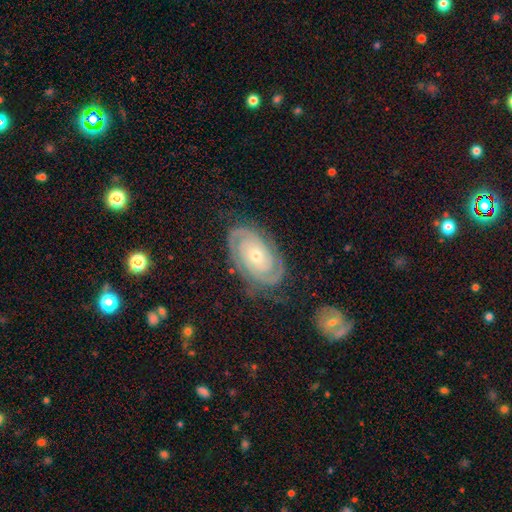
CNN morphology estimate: type=featured or disk (90%); edge-on=no (97%); bar=no (77%); spiral arms=yes (98%); winding=tight (81%); arm count=2 (78%); bulge=small (54%); merging=none (81%).